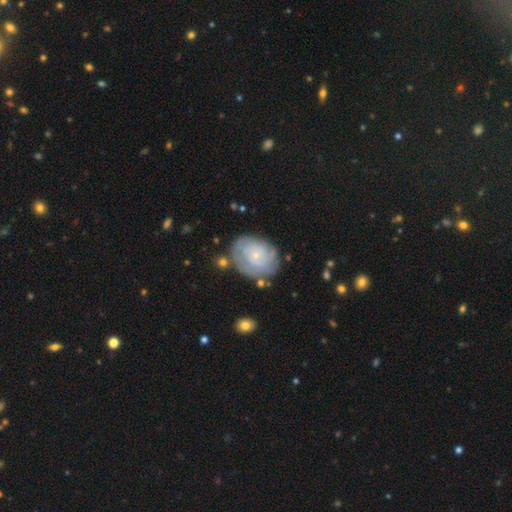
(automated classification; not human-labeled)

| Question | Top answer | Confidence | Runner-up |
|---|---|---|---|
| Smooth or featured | featured or disk | 64% | smooth (28%) |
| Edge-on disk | no | 97% | yes (3%) |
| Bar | no | 83% | weak (14%) |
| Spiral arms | yes | 81% | no (19%) |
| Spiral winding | tight | 71% | medium (22%) |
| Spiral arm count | can't tell | 55% | 2 (13%) |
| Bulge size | small | 84% | moderate (11%) |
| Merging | none | 68% | minor disturbance (21%) |